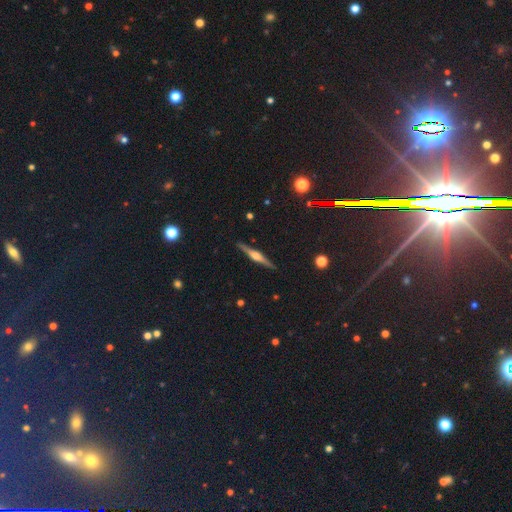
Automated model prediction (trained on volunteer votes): Smooth or featured: featured or disk — 80% (smooth — 14%)
Edge-on disk: yes — 98% (no — 2%)
Edge-on bulge: rounded — 86% (boxy — 10%)
Merging: none — 91% (minor disturbance — 6%)